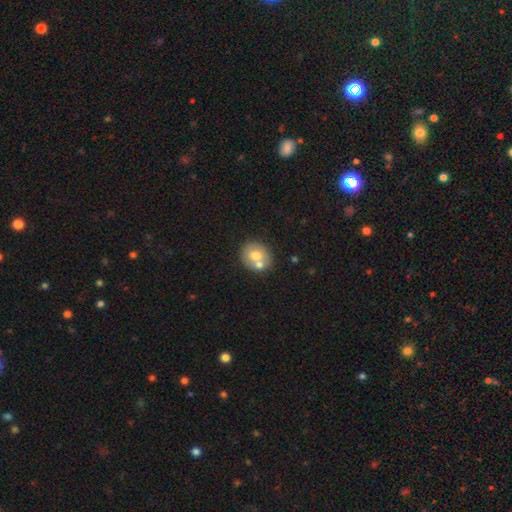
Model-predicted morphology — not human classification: smooth_or_featured: smooth (p=0.66) [alt: featured or disk p=0.26]
how_rounded: round (p=0.72) [alt: in between p=0.27]
merging: none (p=0.52) [alt: merger p=0.33]